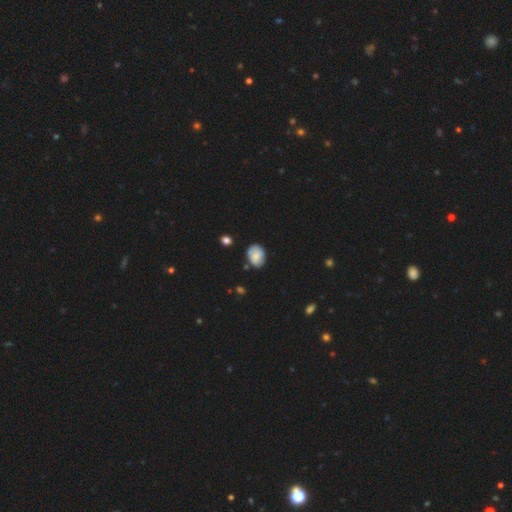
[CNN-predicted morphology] Overall: smooth (67%). How rounded: in between (70%). Merging: none (63%; minor disturbance 26%).